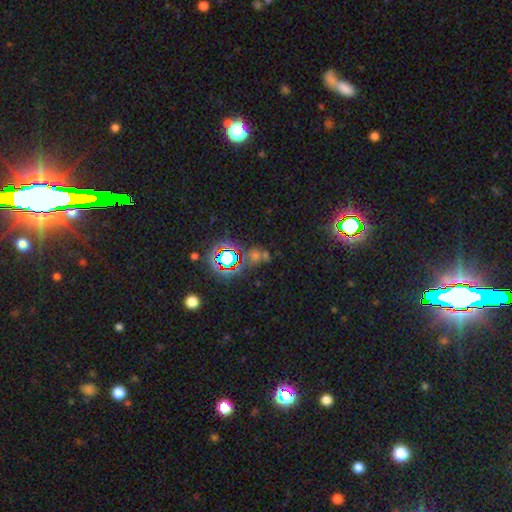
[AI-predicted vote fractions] The model was most divided on "smooth or featured": star or artifact: 64%, smooth: 25%, featured or disk: 11%.